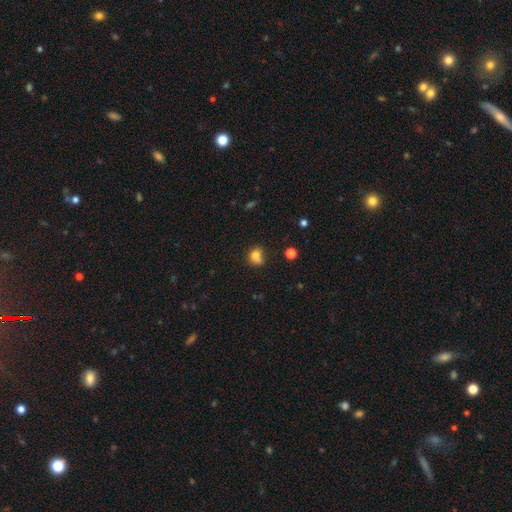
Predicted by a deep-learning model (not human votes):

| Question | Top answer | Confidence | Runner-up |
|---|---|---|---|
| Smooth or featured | smooth | 77% | star or artifact (13%) |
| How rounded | round | 66% | in between (33%) |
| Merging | none | 48% | minor disturbance (22%) |